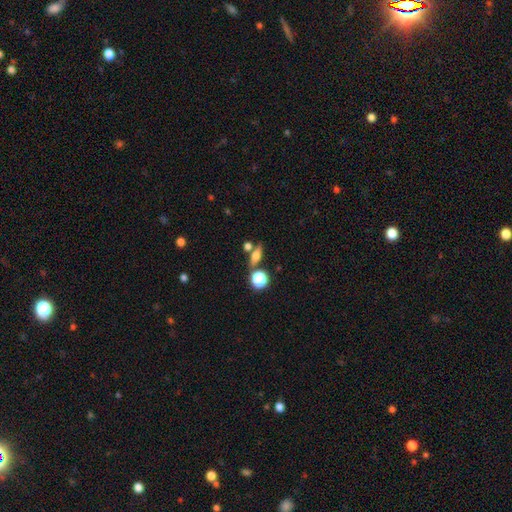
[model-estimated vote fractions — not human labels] Q: Smooth or featured?
A: smooth (50%); runner-up: featured or disk (35%)
Q: How rounded?
A: in between (45%); runner-up: cigar-shaped (32%)
Q: Merging?
A: none (70%); runner-up: merger (15%)